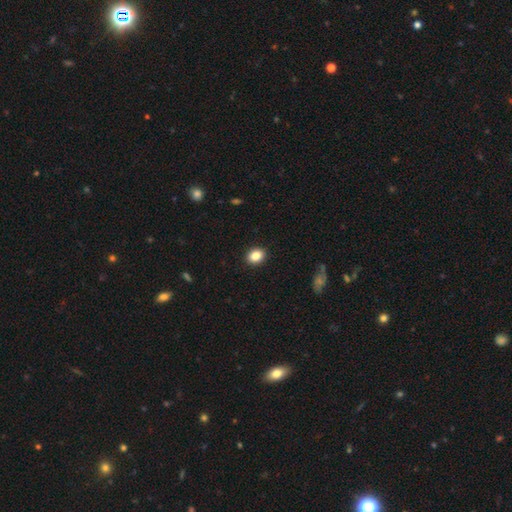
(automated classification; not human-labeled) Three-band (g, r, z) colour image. It shows a smooth galaxy with no disk features (86%) that is in between round and cigar-shaped (59%). Merging: none (90%).